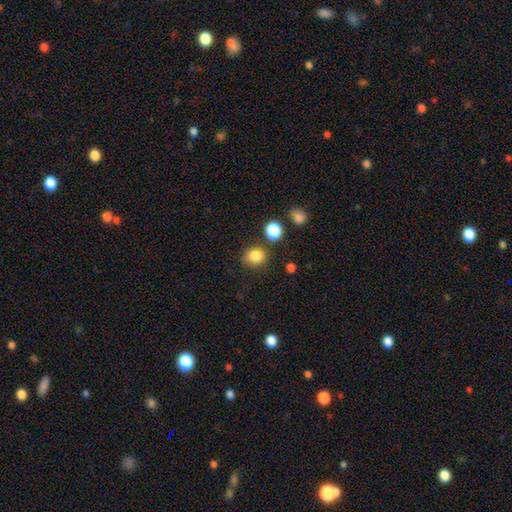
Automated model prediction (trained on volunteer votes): This is clearly a smooth galaxy (80%). How rounded: likely round (61%). Merging: likely none (73%).